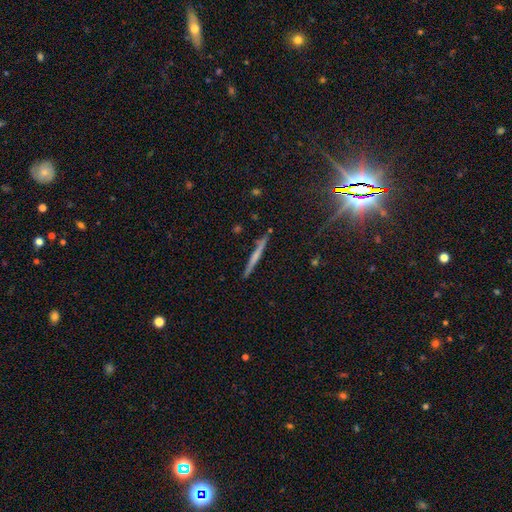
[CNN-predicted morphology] Smooth or featured?
  - featured or disk: 46% *
  - smooth: 45%
  - star or artifact: 8%
Merging?
  - none: 89% *
  - minor disturbance: 7%
  - merger: 2%
  - major disturbance: 2%